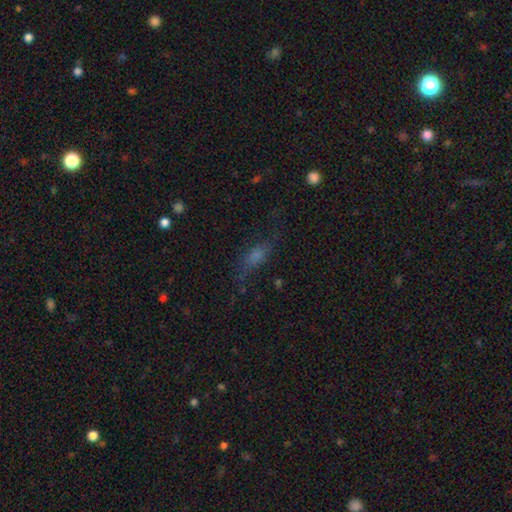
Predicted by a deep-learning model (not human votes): Q: Smooth or featured?
A: smooth (42%); runner-up: featured or disk (38%)
Q: Merging?
A: none (56%); runner-up: minor disturbance (22%)